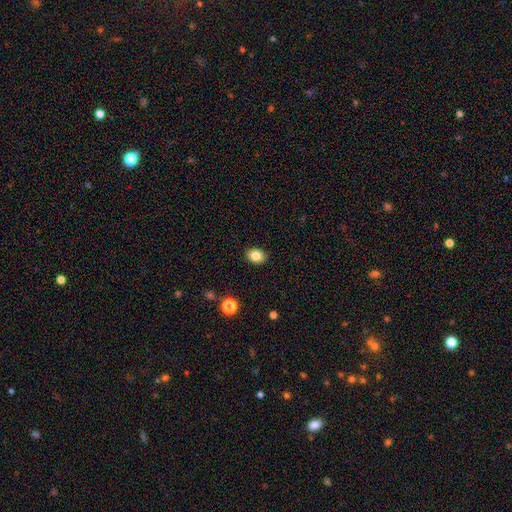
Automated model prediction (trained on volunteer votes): Q: Smooth or featured?
A: smooth (83%); runner-up: star or artifact (10%)
Q: How rounded?
A: in between (59%); runner-up: round (40%)
Q: Merging?
A: none (90%); runner-up: minor disturbance (7%)